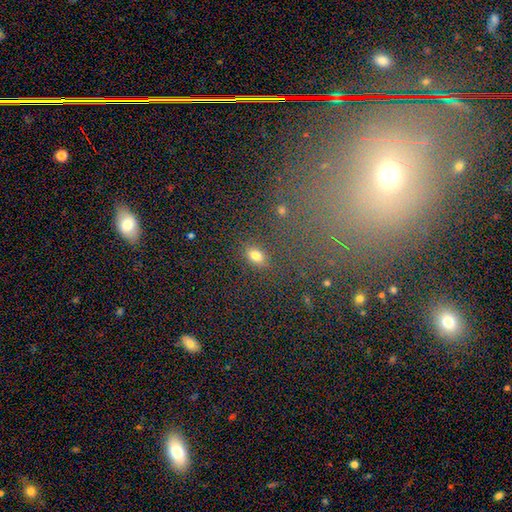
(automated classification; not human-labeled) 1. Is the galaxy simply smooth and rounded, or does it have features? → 74% smooth, 18% star or artifact, 9% featured or disk.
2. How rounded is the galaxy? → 77% in between, 20% round, 3% cigar-shaped.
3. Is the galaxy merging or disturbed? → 82% none, 10% minor disturbance, 4% major disturbance, 3% merger.